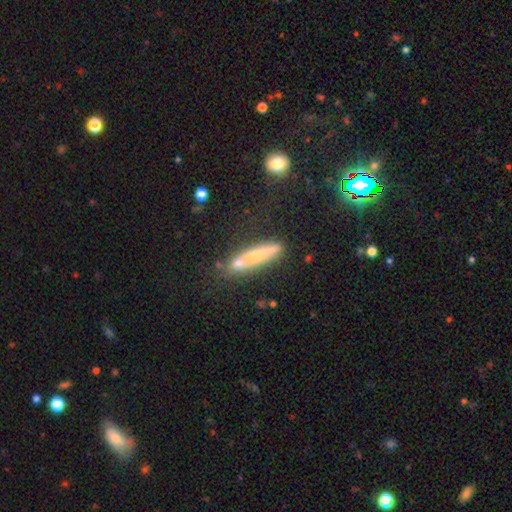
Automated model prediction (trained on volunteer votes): The model was most divided on "smooth or featured": smooth: 53%, featured or disk: 37%, star or artifact: 10%. More confident: how rounded — cigar-shaped (85%); merging — none (59%).